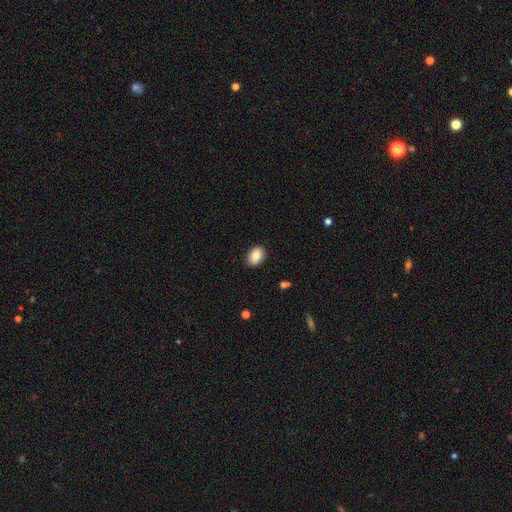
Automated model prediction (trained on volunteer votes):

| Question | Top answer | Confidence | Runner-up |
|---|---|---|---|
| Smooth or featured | smooth | 84% | featured or disk (8%) |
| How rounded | in between | 75% | round (24%) |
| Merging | none | 89% | minor disturbance (8%) |